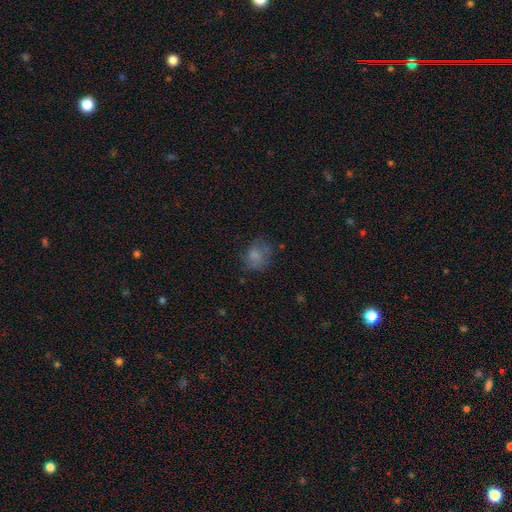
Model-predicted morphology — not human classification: This appears to be a smooth galaxy with no disk features (65%) that is round (55%). Merging: none (52%).